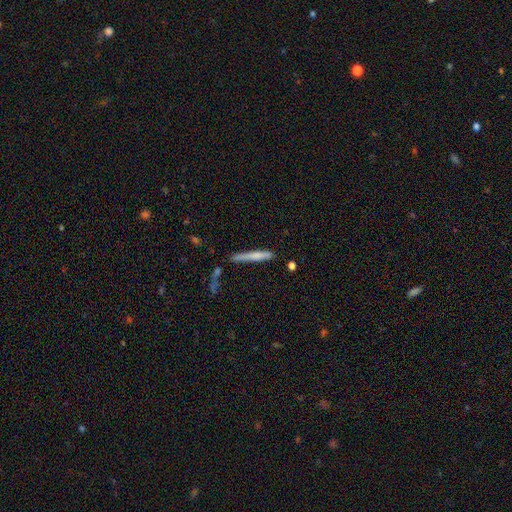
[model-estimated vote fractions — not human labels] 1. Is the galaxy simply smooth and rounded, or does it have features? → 65% smooth, 28% featured or disk, 7% star or artifact.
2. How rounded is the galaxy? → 95% cigar-shaped, 3% in between, 1% round.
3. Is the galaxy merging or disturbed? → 72% none, 18% minor disturbance, 6% merger, 5% major disturbance.